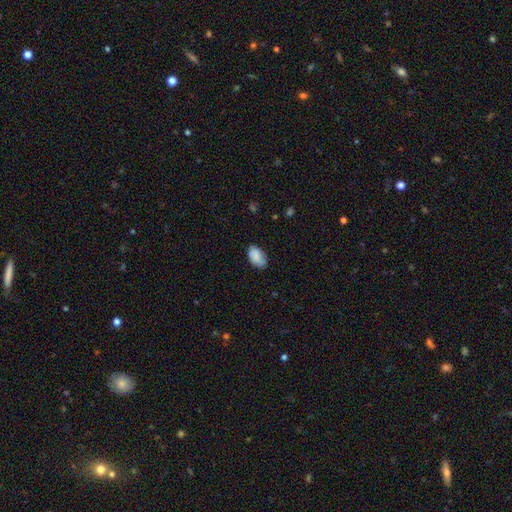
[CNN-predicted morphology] This is likely a smooth galaxy (79%). How rounded: clearly in between (92%). Merging: likely none (70%).